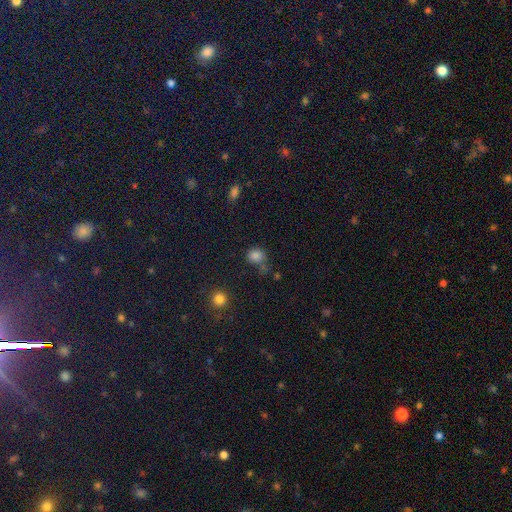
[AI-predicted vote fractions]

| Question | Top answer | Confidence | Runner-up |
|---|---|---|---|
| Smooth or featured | smooth | 81% | star or artifact (14%) |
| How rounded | round | 67% | in between (32%) |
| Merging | none | 59% | minor disturbance (18%) |